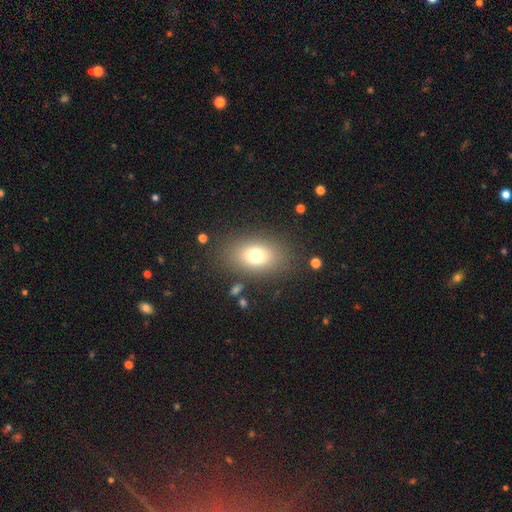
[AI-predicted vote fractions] Smooth or featured? Predicted: smooth (p=0.74). How rounded? Predicted: in between (p=0.77). Merging? Predicted: none (p=0.83).